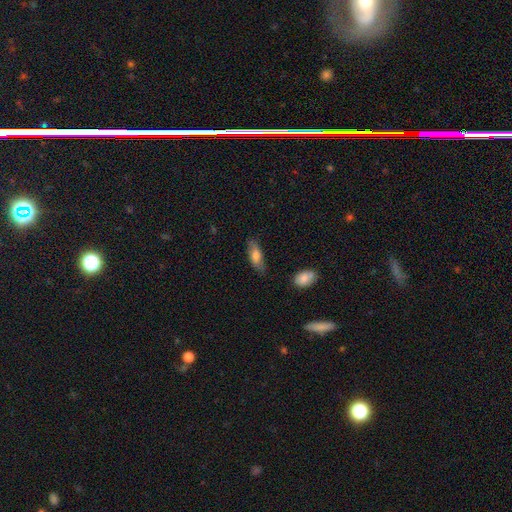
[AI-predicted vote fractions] Q: Smooth or featured?
A: smooth (72%); runner-up: featured or disk (21%)
Q: How rounded?
A: in between (70%); runner-up: cigar-shaped (28%)
Q: Merging?
A: none (78%); runner-up: minor disturbance (16%)